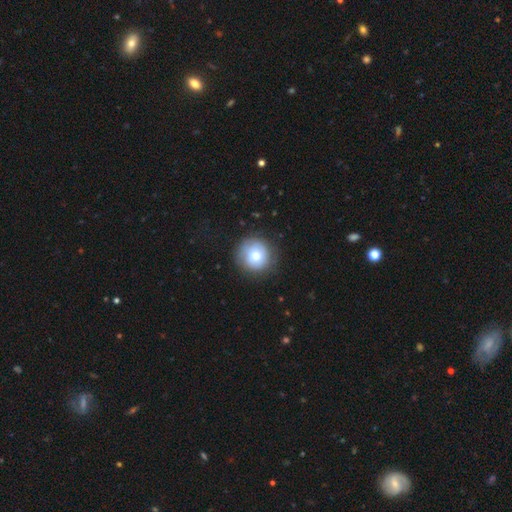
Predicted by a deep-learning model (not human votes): Overall: smooth (67%). How rounded: round (93%). Merging: none (78%).